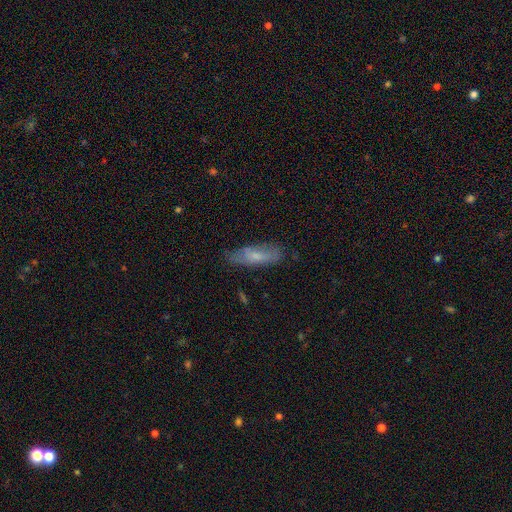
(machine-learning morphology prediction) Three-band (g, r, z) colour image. It shows a smooth galaxy with no disk features (64%) that is in between round and cigar-shaped (51%). Merging: none (74%).